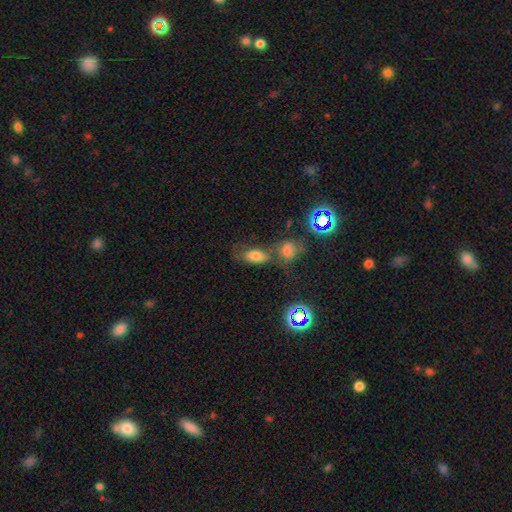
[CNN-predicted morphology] smooth 68%, star or artifact 20%, featured or disk 13%. Down the decision tree: how rounded — in between (83%); merging — none (46%).